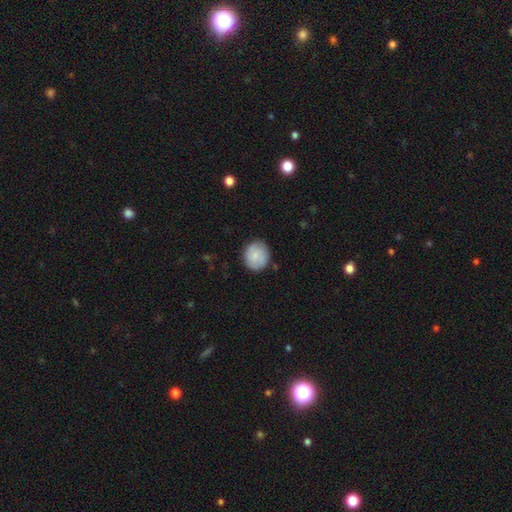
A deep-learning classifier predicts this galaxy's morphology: Smooth or featured?
  - smooth: 78% *
  - featured or disk: 15%
  - star or artifact: 7%
How rounded?
  - round: 82% *
  - in between: 17%
  - cigar-shaped: 1%
Merging?
  - none: 82% *
  - minor disturbance: 14%
  - major disturbance: 3%
  - merger: 1%